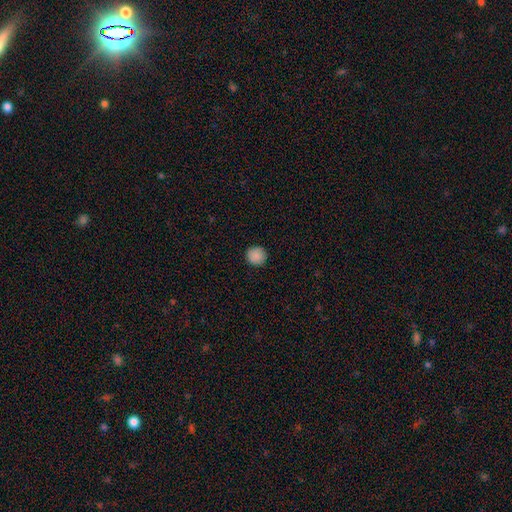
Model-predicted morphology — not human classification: The model was most divided on "smooth or featured": smooth: 89%, star or artifact: 9%, featured or disk: 3%. More confident: how rounded — round (95%); merging — none (92%).